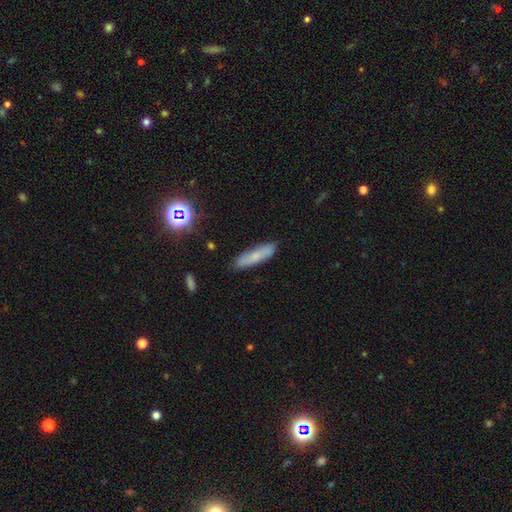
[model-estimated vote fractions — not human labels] smooth 63%, featured or disk 26%, star or artifact 11%. Down the decision tree: how rounded — cigar-shaped (75%); merging — none (83%).